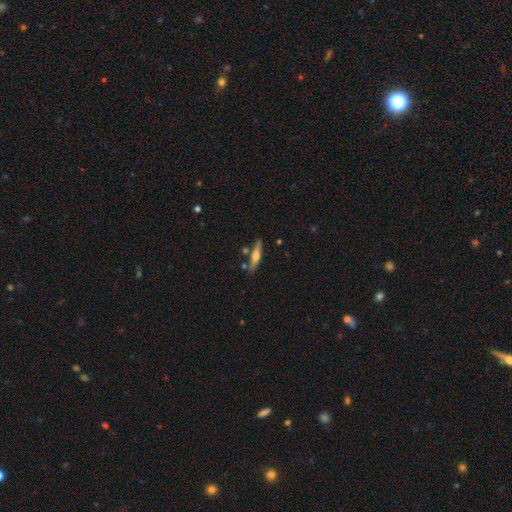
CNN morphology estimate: The model was most divided on "smooth or featured": featured or disk: 54%, smooth: 39%, star or artifact: 6%. More confident: edge-on disk — yes (94%); edge-on bulge — rounded (89%); merging — none (79%).